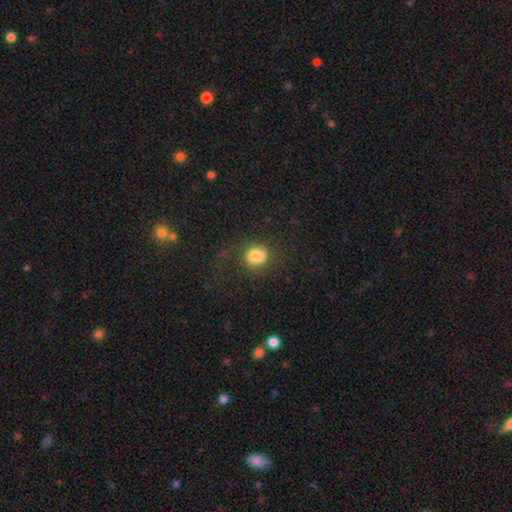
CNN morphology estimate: Smooth or featured? smooth (77%)
How rounded? round (65%)
Merging? none (59%)